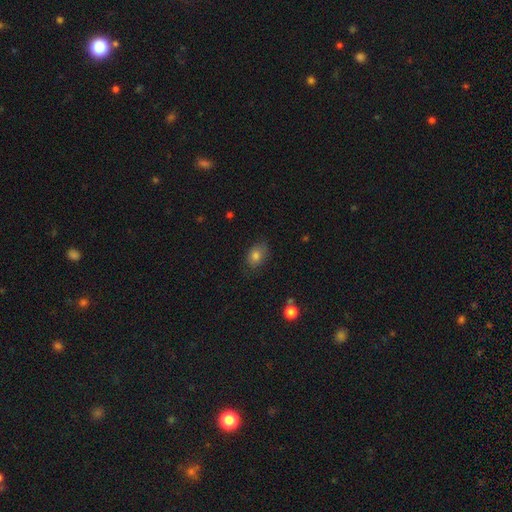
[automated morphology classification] smooth_or_featured: smooth (p=0.79) [alt: featured or disk p=0.11]
how_rounded: in between (p=0.72) [alt: round p=0.27]
merging: none (p=0.74) [alt: minor disturbance p=0.20]